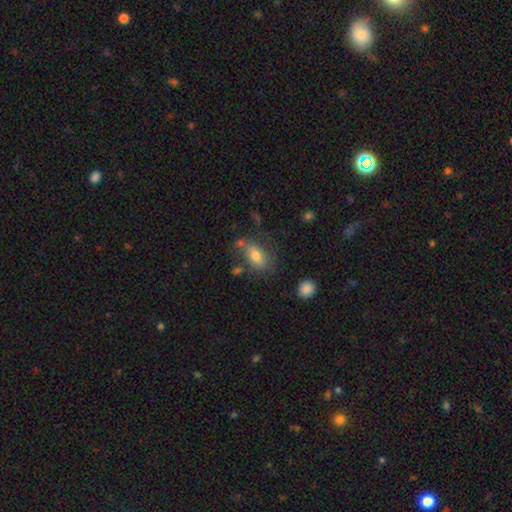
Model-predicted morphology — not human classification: A smooth galaxy with no disk features (74%) that is in between round and cigar-shaped (87%). Merging: none (58%).